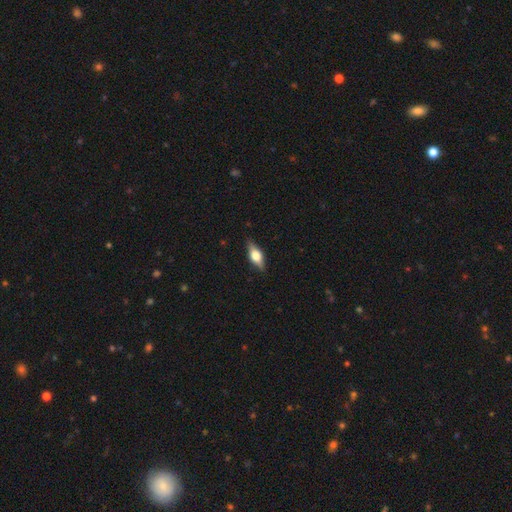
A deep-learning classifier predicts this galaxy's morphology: Overall: smooth (49%; featured or disk 44%). Merging: none (86%).